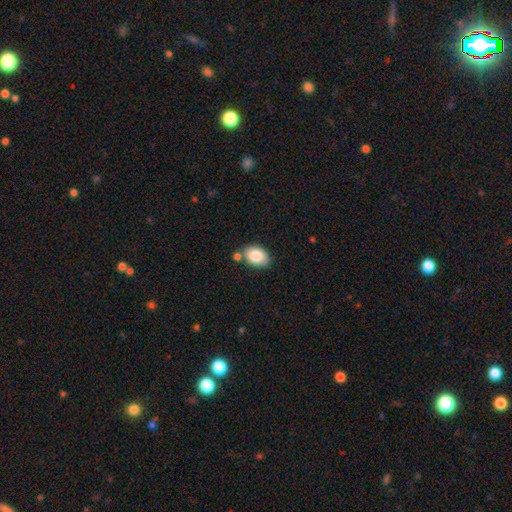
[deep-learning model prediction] A smooth galaxy with no disk features (83%) that is in between round and cigar-shaped (82%). Merging: none (66%).